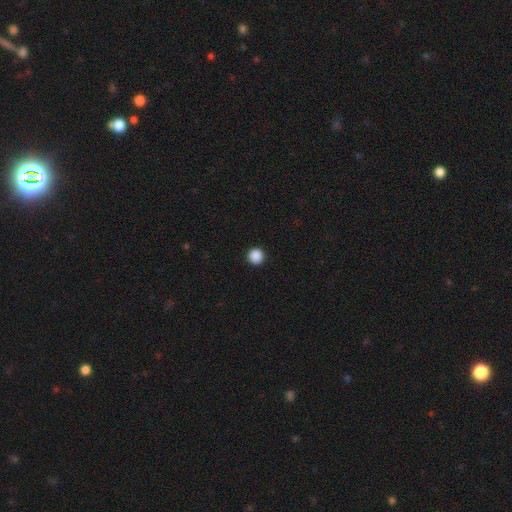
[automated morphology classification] A smooth galaxy with no disk features (88%) that is round (96%). Merging: none (94%).